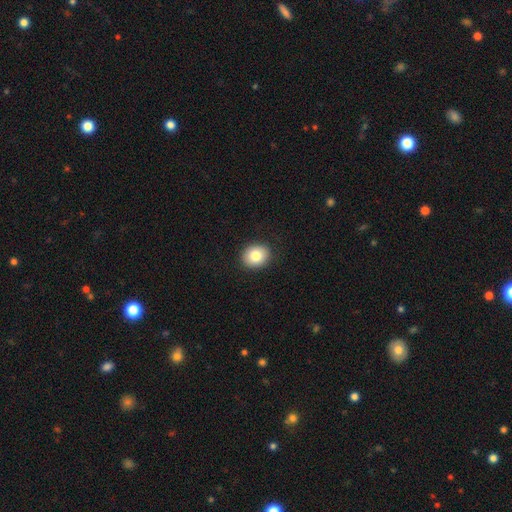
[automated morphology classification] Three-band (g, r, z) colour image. It shows a smooth galaxy with no disk features (82%) that is round (64%). Merging: none (90%).